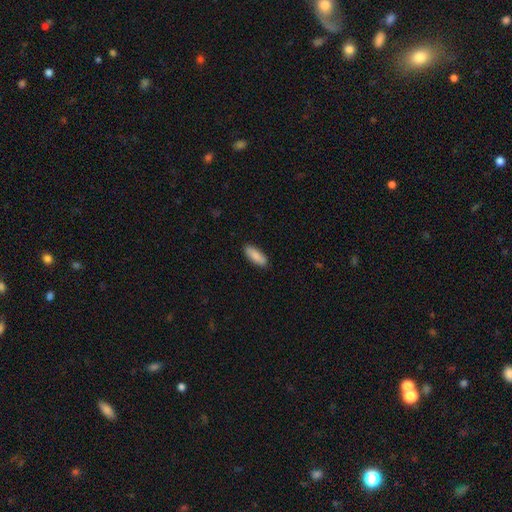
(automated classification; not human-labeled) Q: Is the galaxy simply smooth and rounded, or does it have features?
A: smooth — 87%.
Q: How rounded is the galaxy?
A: in between — 64%.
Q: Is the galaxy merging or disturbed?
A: none — 88%.